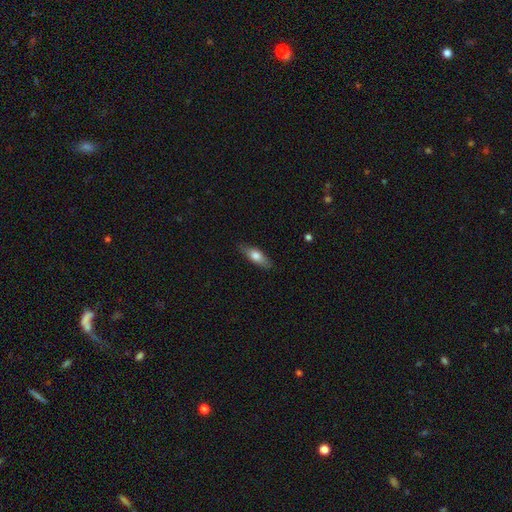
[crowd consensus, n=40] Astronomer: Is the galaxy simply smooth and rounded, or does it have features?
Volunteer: smooth — 72%.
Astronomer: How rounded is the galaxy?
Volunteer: in between — 55% (runner-up: cigar-shaped, 38%).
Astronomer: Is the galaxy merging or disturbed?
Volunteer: none — 82%.